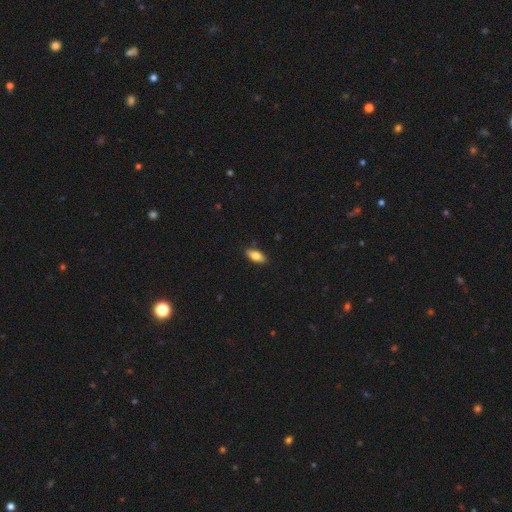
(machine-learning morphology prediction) The model was most divided on "smooth or featured": smooth: 79%, featured or disk: 14%, star or artifact: 7%. More confident: merging — none (87%); how rounded — in between (85%).